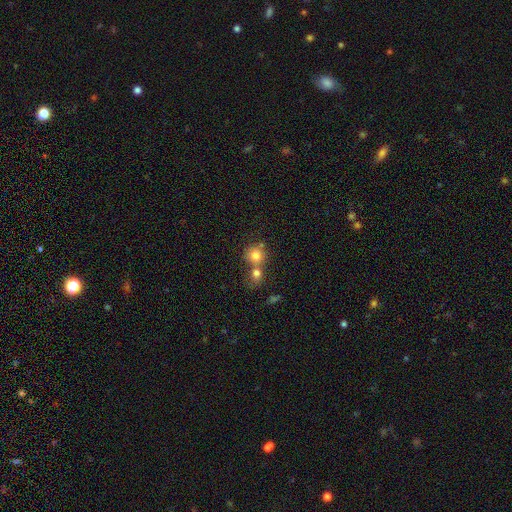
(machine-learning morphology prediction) Smooth or featured? Predicted: smooth (p=0.78). How rounded? Predicted: round (p=0.84). Merging? Predicted: merger (p=0.49).